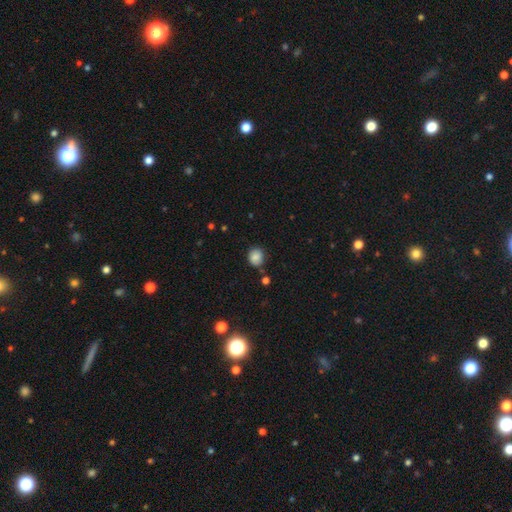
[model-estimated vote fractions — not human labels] smooth_or_featured: smooth (p=0.85) [alt: star or artifact p=0.10]
how_rounded: round (p=0.76) [alt: in between p=0.23]
merging: none (p=0.78) [alt: minor disturbance p=0.15]